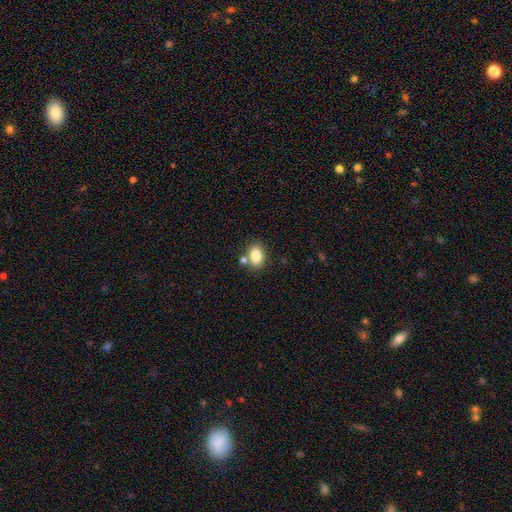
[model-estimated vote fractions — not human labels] Smooth or featured: smooth — 84% (star or artifact — 9%)
How rounded: in between — 78% (round — 21%)
Merging: none — 69% (merger — 16%)